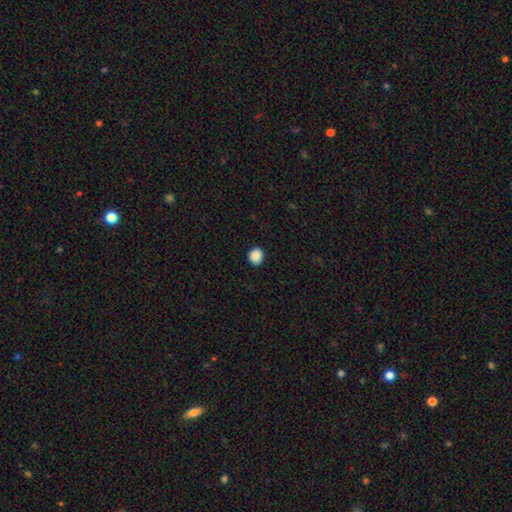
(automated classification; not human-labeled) smooth 89%, star or artifact 9%, featured or disk 2%. Down the decision tree: how rounded — round (80%); merging — none (92%).